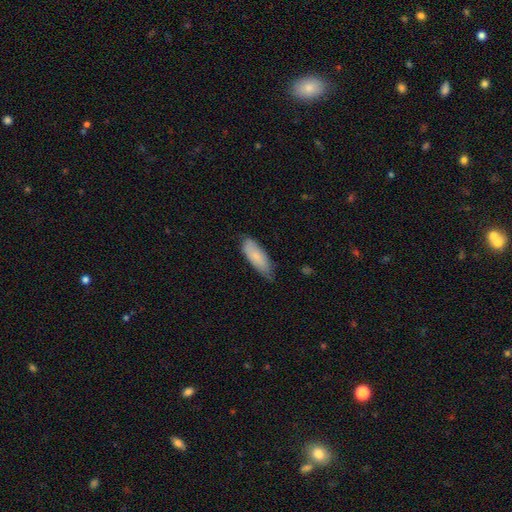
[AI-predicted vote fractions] smooth 78%, featured or disk 15%, star or artifact 6%. Down the decision tree: how rounded — in between (71%); merging — none (65%).